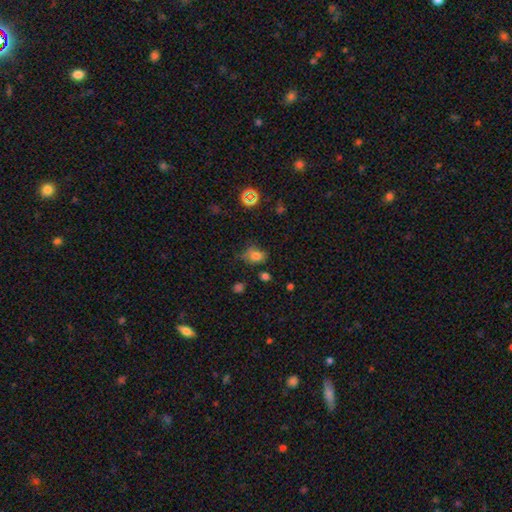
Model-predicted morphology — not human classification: Smooth or featured? smooth (75%)
How rounded? in between (59%)
Merging? none (57%)